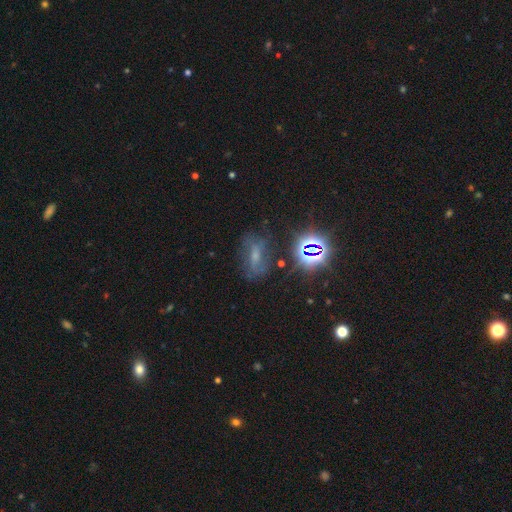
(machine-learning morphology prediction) This appears to be a featured or disk galaxy (42%). Merging: none (59%).